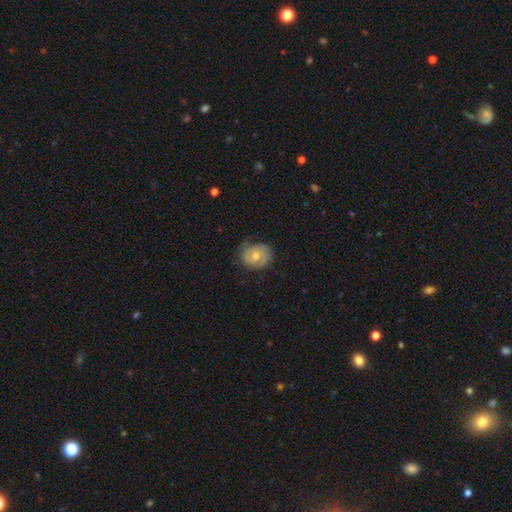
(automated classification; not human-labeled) Smooth or featured? featured or disk (47%, tied with smooth)
Merging? none (64%)